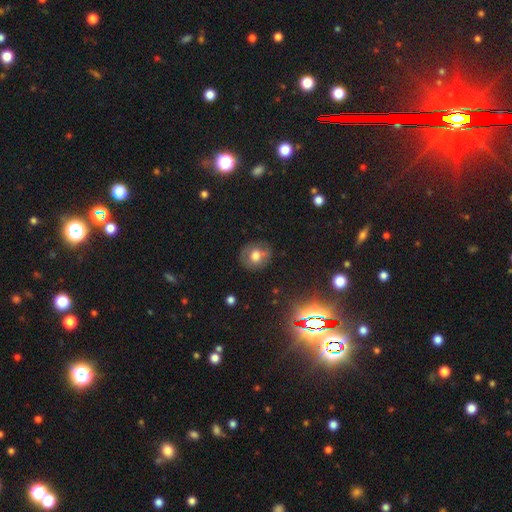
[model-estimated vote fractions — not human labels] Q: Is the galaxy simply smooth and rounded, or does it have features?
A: smooth — 60%.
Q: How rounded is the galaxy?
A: round — 76%.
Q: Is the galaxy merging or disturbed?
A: none — 76%.